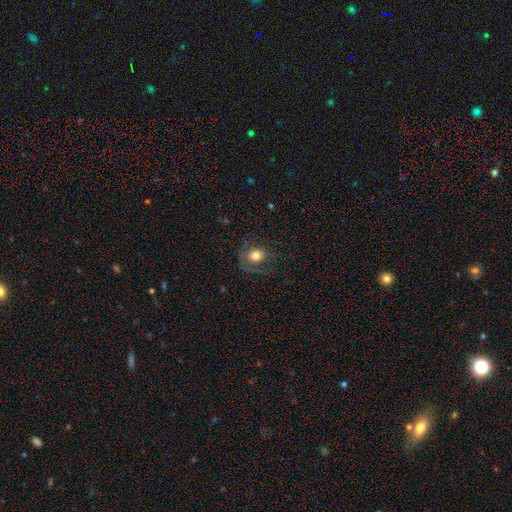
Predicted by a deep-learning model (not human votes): Smooth or featured: smooth — 64% (featured or disk — 25%)
How rounded: round — 67% (in between — 32%)
Merging: none — 56% (major disturbance — 23%)